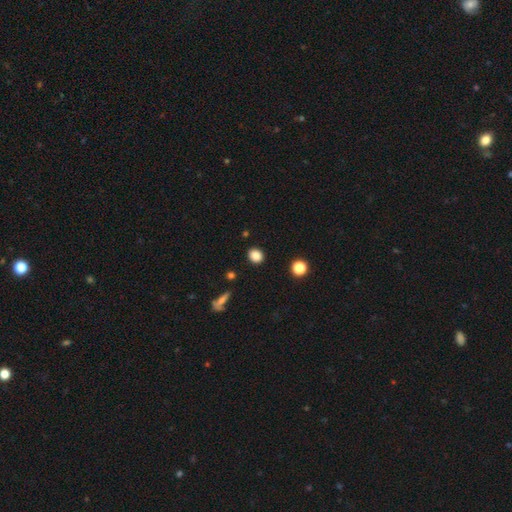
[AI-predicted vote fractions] Smooth or featured?
  - smooth: 85% *
  - star or artifact: 11%
  - featured or disk: 5%
How rounded?
  - round: 68% *
  - in between: 31%
  - cigar-shaped: 1%
Merging?
  - none: 89% *
  - minor disturbance: 7%
  - major disturbance: 2%
  - merger: 2%